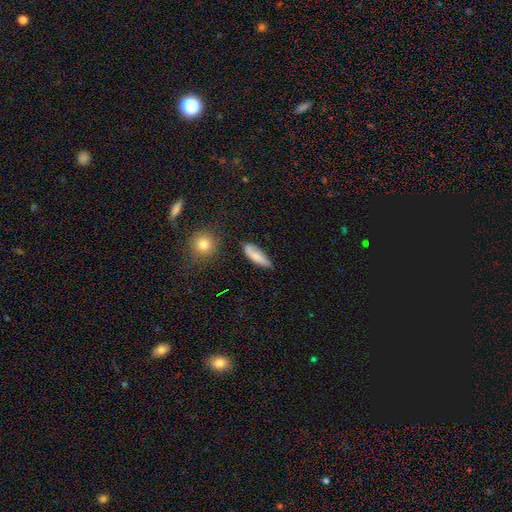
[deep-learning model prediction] A smooth galaxy with no disk features (74%) that is cigar-shaped (52%). Merging: none (63%).